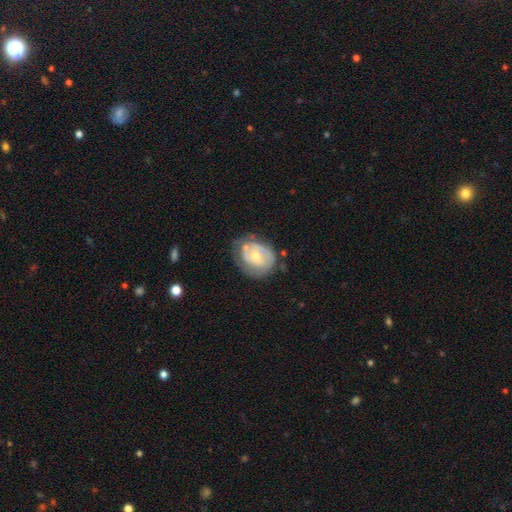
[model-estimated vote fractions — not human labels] Morphology: type=featured or disk (61%); edge-on=no (97%); bar=no (73%); spiral arms=yes (68%); bulge=small (53%); merging=none (52%).